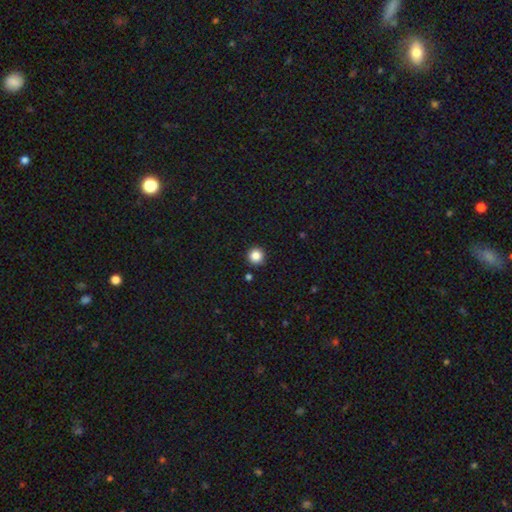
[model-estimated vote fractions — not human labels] Smooth or featured: smooth — 86% (star or artifact — 11%)
How rounded: round — 95% (in between — 4%)
Merging: none — 92% (minor disturbance — 5%)